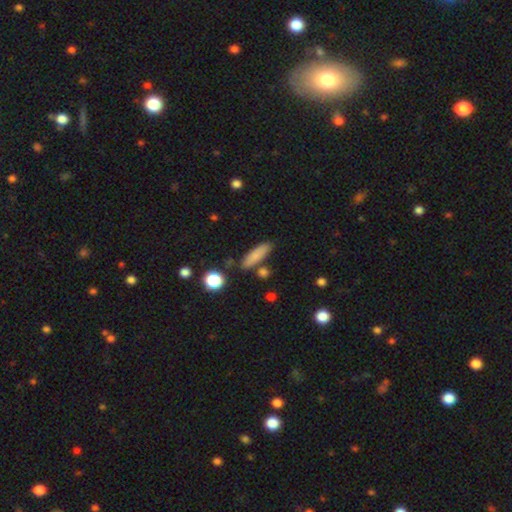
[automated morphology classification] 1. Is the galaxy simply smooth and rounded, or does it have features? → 81% smooth, 11% featured or disk, 8% star or artifact.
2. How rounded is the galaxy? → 64% cigar-shaped, 33% in between, 3% round.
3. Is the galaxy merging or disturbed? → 79% none, 12% minor disturbance, 7% merger, 3% major disturbance.